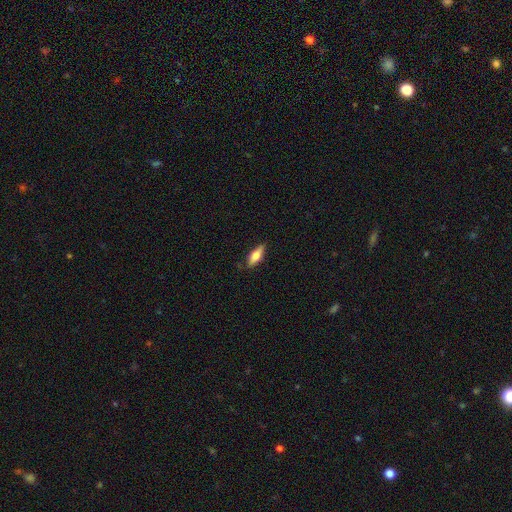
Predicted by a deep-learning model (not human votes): Morphology: type=smooth (63%); roundness=in between (63%); merging=none (83%).